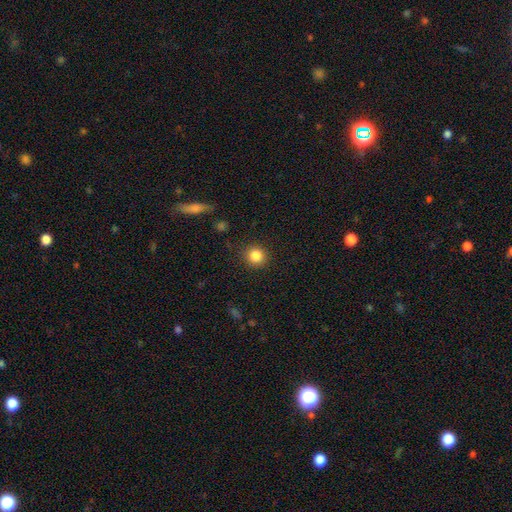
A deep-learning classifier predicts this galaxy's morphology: smooth_or_featured: smooth (p=0.85) [alt: star or artifact p=0.10]
how_rounded: round (p=0.90) [alt: in between p=0.09]
merging: none (p=0.89) [alt: minor disturbance p=0.07]